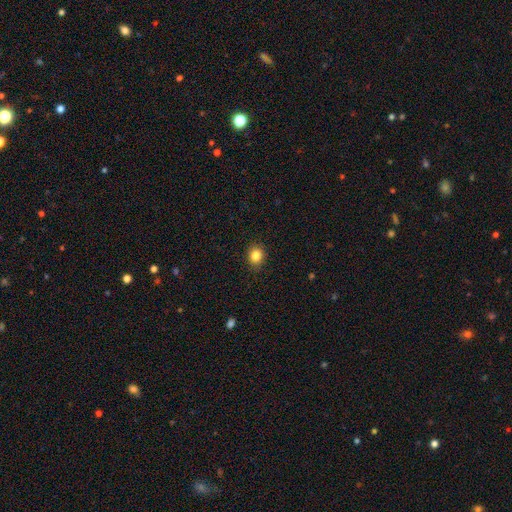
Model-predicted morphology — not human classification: Smooth or featured: smooth — 85% (star or artifact — 10%)
How rounded: round — 68% (in between — 31%)
Merging: none — 90% (minor disturbance — 7%)